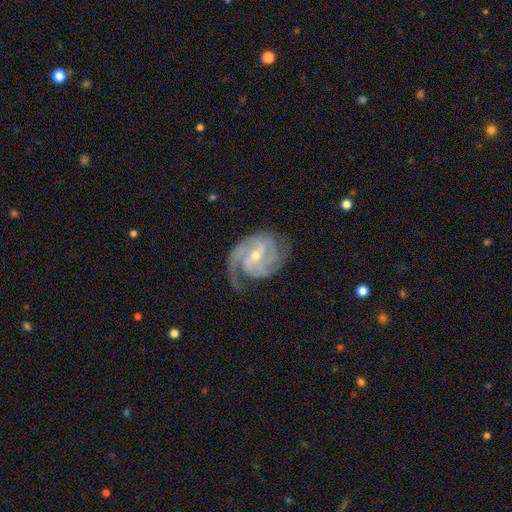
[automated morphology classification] Overall: featured or disk (91%). Edge-on disk: no (97%). Bar: weak (47%; no 30%). Spiral arms: yes (98%). Spiral arm count: 3 (37%; 2 30%). Spiral winding: tight (54%; medium 38%). Bulge size: small (59%; moderate 39%). Merging: none (69%).